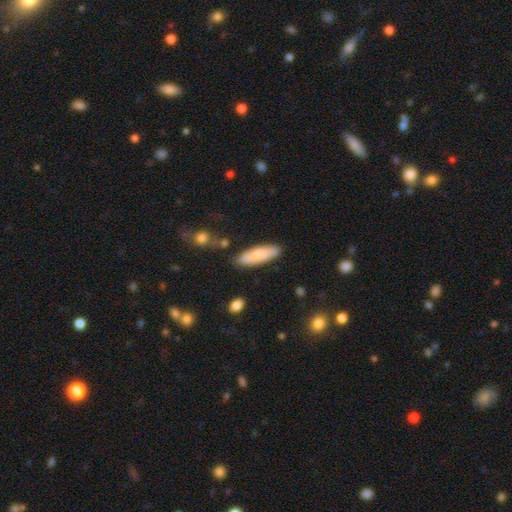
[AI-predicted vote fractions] Smooth or featured?
  - smooth: 76% *
  - featured or disk: 18%
  - star or artifact: 6%
How rounded?
  - cigar-shaped: 52% *
  - in between: 47%
  - round: 2%
Merging?
  - none: 82% *
  - minor disturbance: 12%
  - merger: 3%
  - major disturbance: 2%